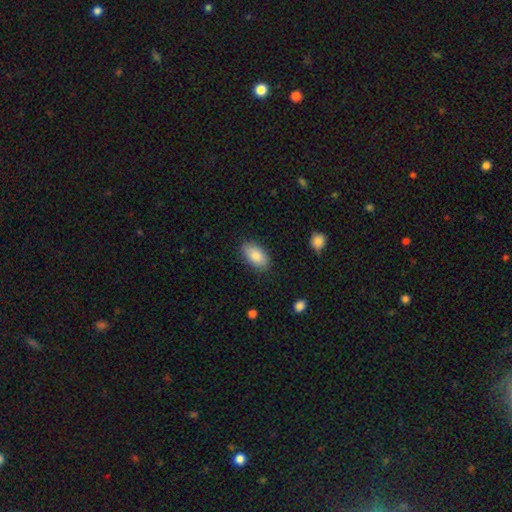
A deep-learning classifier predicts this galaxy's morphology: smooth-or-featured: smooth: 84% | featured or disk: 9% | star or artifact: 7%
  how-rounded: in between: 93% | round: 4% | cigar-shaped: 3%
  merging: none: 84% | minor disturbance: 12% | major disturbance: 3% | merger: 1%